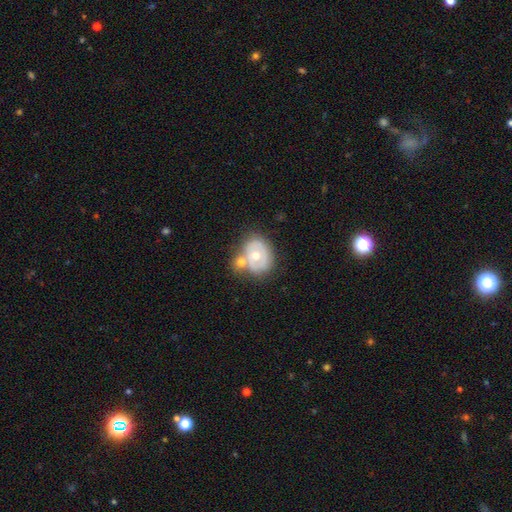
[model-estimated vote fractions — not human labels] A featured or disk galaxy (52%).

Vote fractions:
- Smooth or featured? featured or disk: 52% / smooth: 41% / star or artifact: 7%
- Edge-on disk? no: 96% / yes: 4%
- Merging? none: 44% / merger: 34% / minor disturbance: 15% / major disturbance: 6%